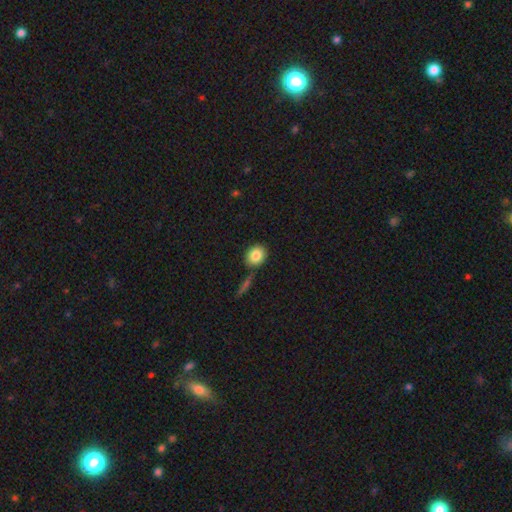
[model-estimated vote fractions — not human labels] This appears to be a smooth galaxy with no disk features (84%) that is round (63%). Merging: none (74%).